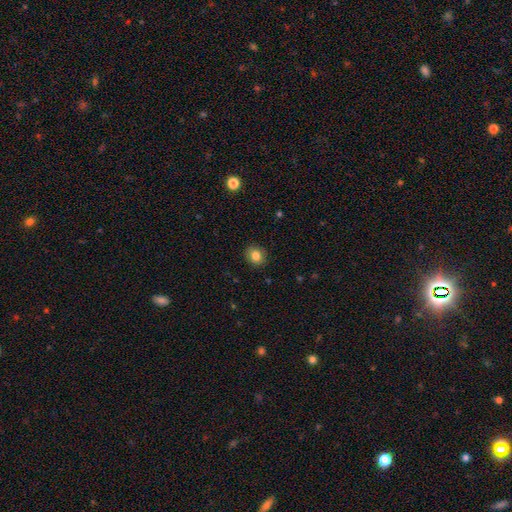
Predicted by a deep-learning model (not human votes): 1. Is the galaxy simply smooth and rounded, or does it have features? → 83% smooth, 10% star or artifact, 8% featured or disk.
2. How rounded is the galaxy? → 73% round, 26% in between, 1% cigar-shaped.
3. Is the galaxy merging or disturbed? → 88% none, 9% minor disturbance, 2% major disturbance, 1% merger.